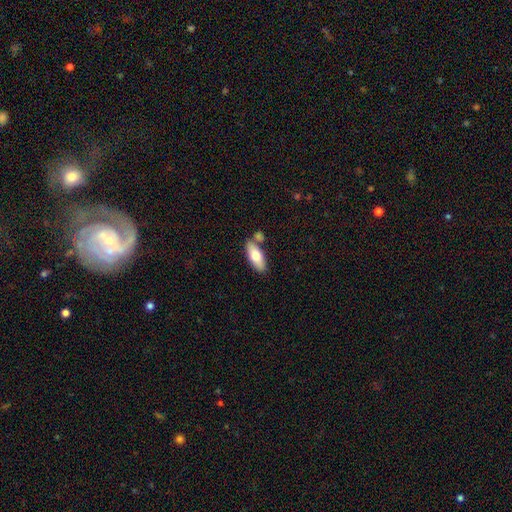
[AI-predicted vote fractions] Q: Smooth or featured?
A: smooth (70%); runner-up: featured or disk (25%)
Q: How rounded?
A: in between (77%); runner-up: cigar-shaped (20%)
Q: Merging?
A: none (70%); runner-up: merger (15%)